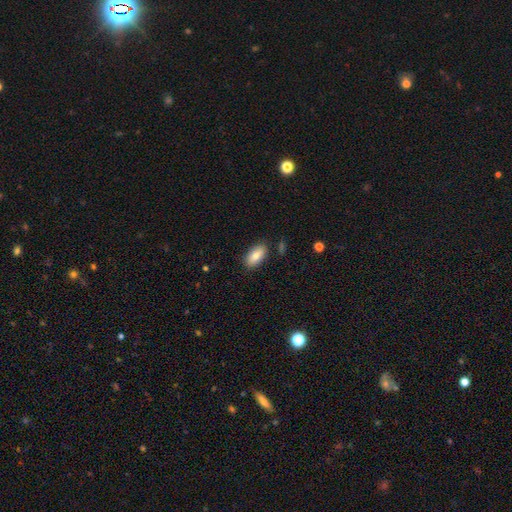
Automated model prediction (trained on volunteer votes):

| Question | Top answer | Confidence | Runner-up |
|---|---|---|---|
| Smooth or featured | smooth | 80% | featured or disk (13%) |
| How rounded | in between | 91% | cigar-shaped (5%) |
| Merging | none | 85% | minor disturbance (11%) |